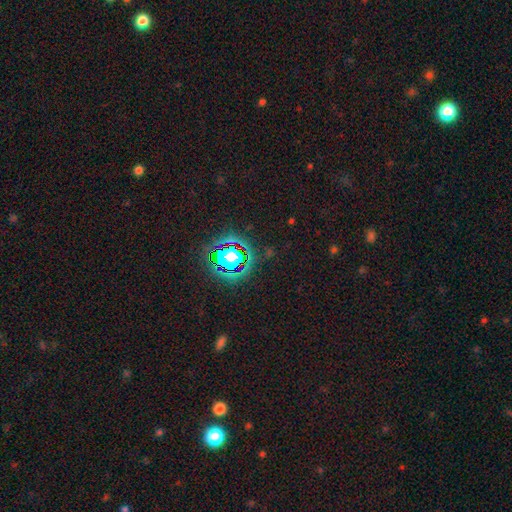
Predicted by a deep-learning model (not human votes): Q: Smooth or featured?
A: star or artifact (80%); runner-up: smooth (12%)